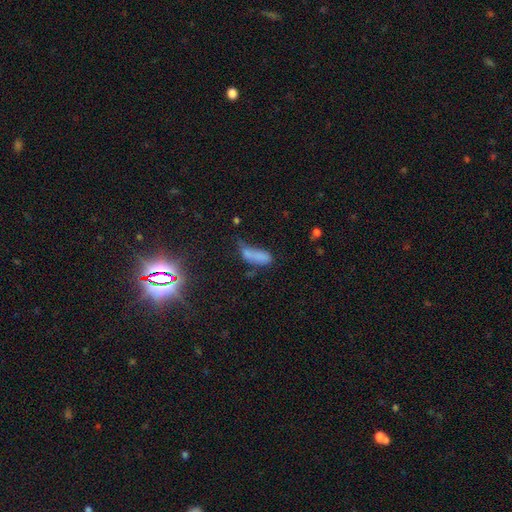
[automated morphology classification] Smooth or featured? Predicted: smooth (p=0.63). How rounded? Predicted: in between (p=0.71). Merging? Predicted: major disturbance (p=0.30).